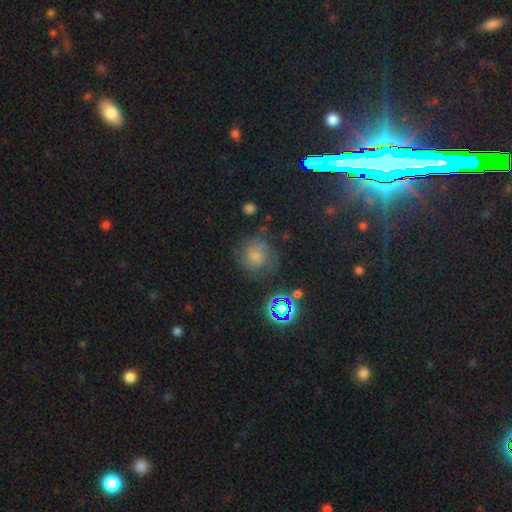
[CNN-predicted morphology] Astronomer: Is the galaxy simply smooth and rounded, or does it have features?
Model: smooth — 42% (runner-up: featured or disk, 37%).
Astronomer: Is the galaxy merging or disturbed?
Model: none — 59%.